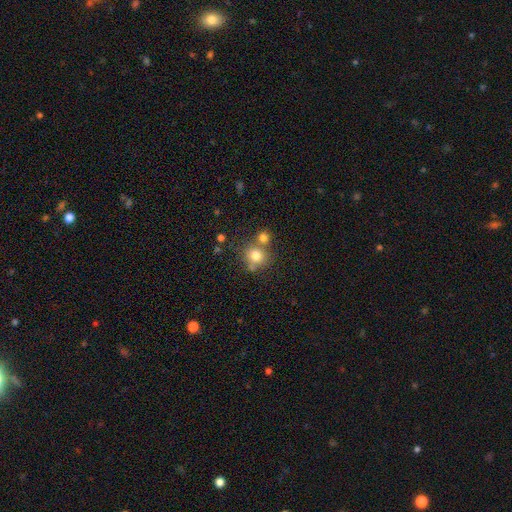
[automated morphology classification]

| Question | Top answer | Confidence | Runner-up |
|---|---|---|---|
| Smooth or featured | smooth | 78% | star or artifact (12%) |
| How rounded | round | 88% | in between (11%) |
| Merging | none | 58% | merger (28%) |